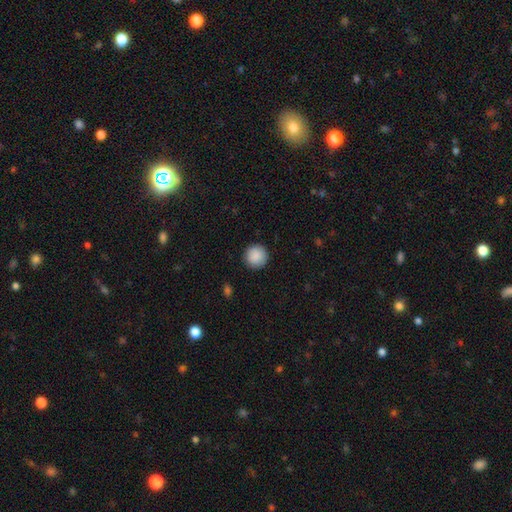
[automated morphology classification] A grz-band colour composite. It shows a smooth galaxy with no disk features (89%) that is round (95%). Merging: none (91%).